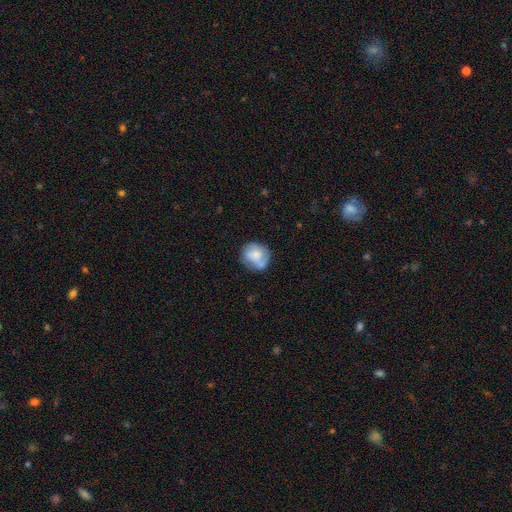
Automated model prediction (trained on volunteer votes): Smooth or featured: smooth — 56% (featured or disk — 37%)
How rounded: round — 72% (in between — 27%)
Merging: none — 53% (minor disturbance — 24%)